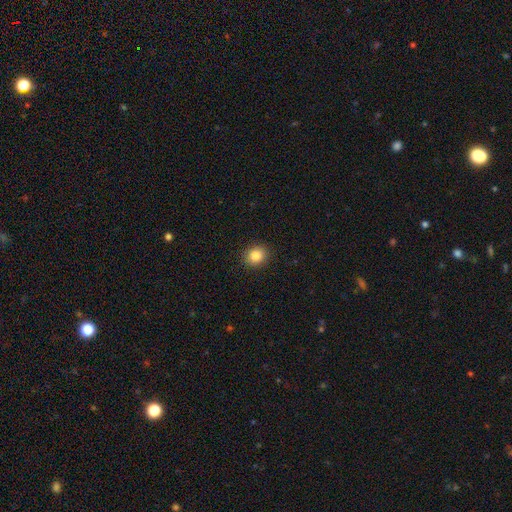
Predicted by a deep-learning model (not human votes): This is clearly a smooth galaxy (85%). How rounded: likely round (76%). Merging: clearly none (91%).